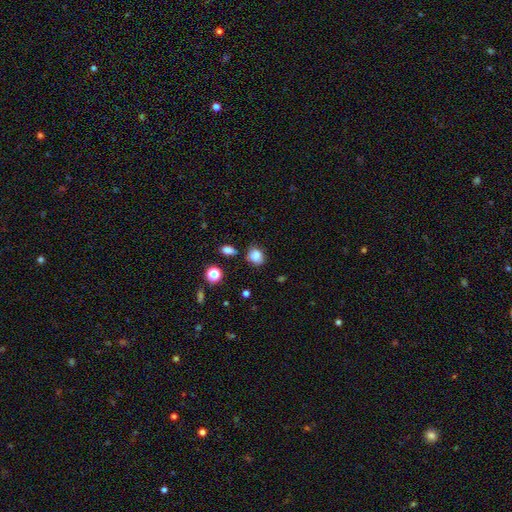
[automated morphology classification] Q: Smooth or featured?
A: smooth (82%); runner-up: star or artifact (12%)
Q: How rounded?
A: round (53%); runner-up: in between (46%)
Q: Merging?
A: none (65%); runner-up: minor disturbance (24%)